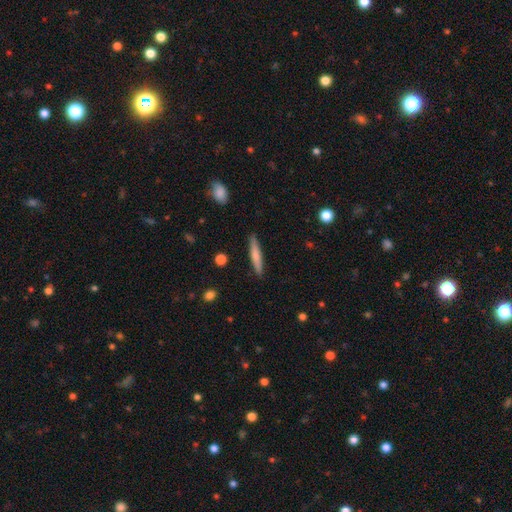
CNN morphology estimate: The model was most divided on "smooth or featured": smooth: 70%, featured or disk: 24%, star or artifact: 6%. More confident: how rounded — cigar-shaped (92%); merging — none (89%).